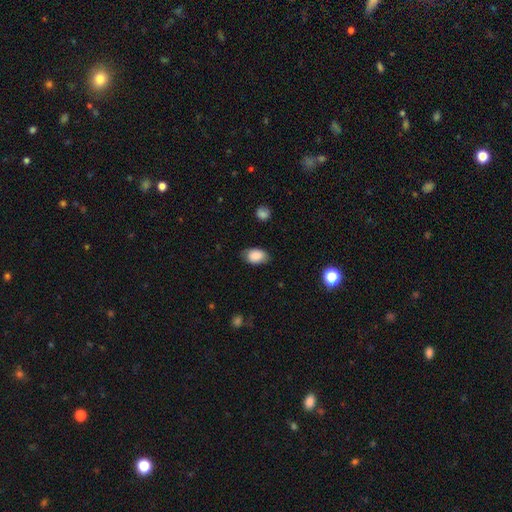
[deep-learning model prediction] The model was most divided on "merging": none: 78%, minor disturbance: 17%, major disturbance: 3%, merger: 1%. More confident: how rounded — in between (88%); smooth or featured — smooth (85%).